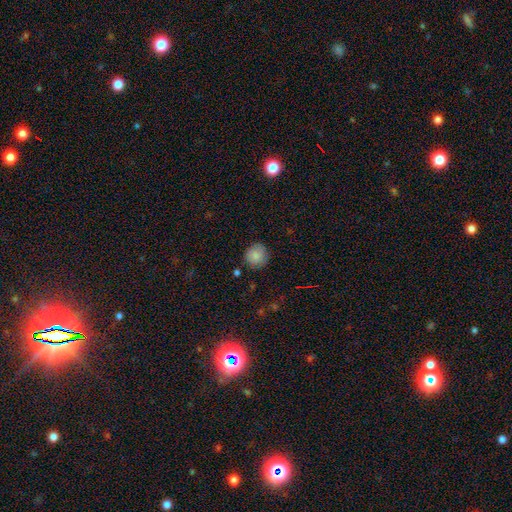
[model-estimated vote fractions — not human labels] Overall: smooth (85%). How rounded: round (92%). Merging: none (84%).